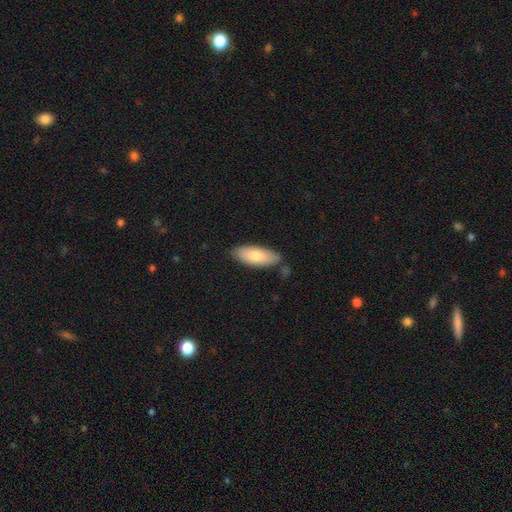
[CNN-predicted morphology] Smooth or featured? Predicted: smooth (p=0.77). How rounded? Predicted: in between (p=0.79). Merging? Predicted: none (p=0.80).